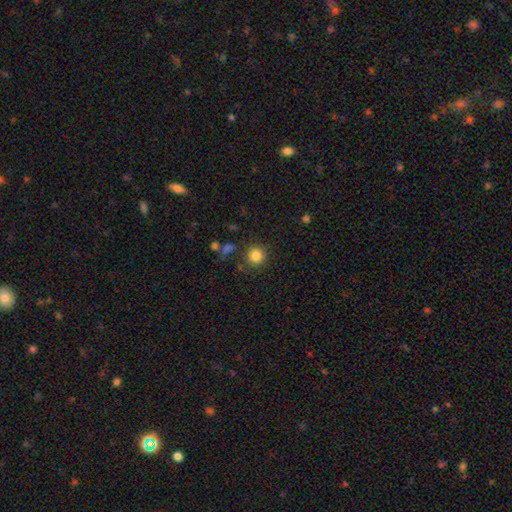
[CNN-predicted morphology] Smooth or featured? smooth (84%)
How rounded? round (93%)
Merging? none (85%)